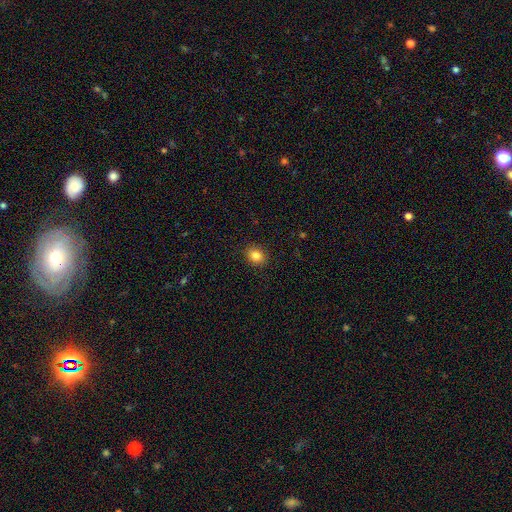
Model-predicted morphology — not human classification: Smooth or featured?
  - smooth: 83% *
  - star or artifact: 11%
  - featured or disk: 6%
How rounded?
  - round: 60% *
  - in between: 39%
  - cigar-shaped: 1%
Merging?
  - none: 90% *
  - minor disturbance: 7%
  - major disturbance: 2%
  - merger: 1%